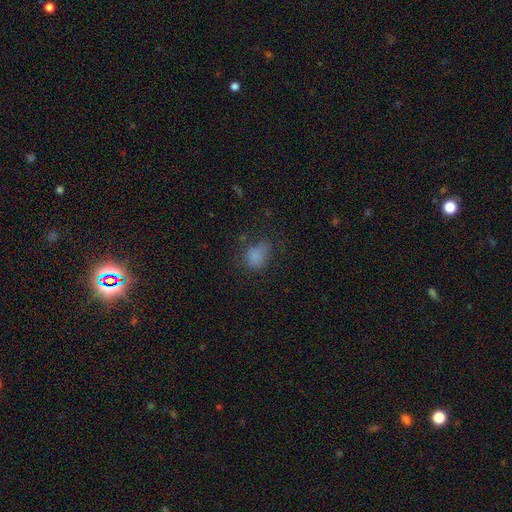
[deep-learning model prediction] The model was most divided on "merging": none: 48%, minor disturbance: 28%, major disturbance: 21%, merger: 3%. More confident: smooth or featured — smooth (76%); how rounded — in between (62%).